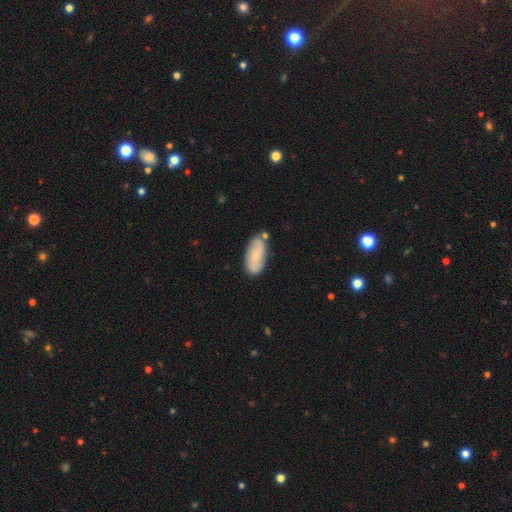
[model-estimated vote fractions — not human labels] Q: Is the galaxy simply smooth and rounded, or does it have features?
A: smooth — 56%.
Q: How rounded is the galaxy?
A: in between — 90%.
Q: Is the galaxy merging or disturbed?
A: none — 73%.